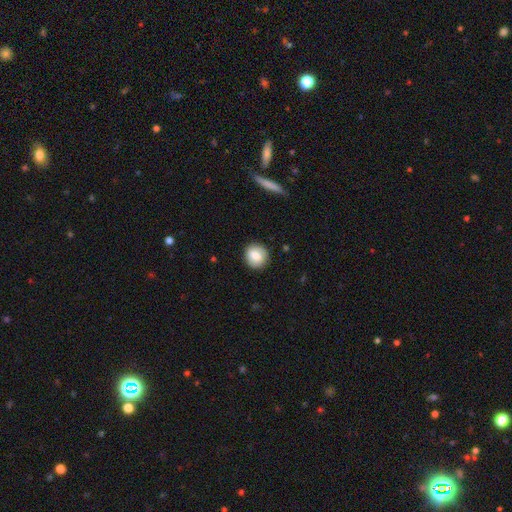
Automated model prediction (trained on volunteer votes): This is likely a smooth galaxy (78%). How rounded: clearly round (89%). Merging: clearly none (87%).